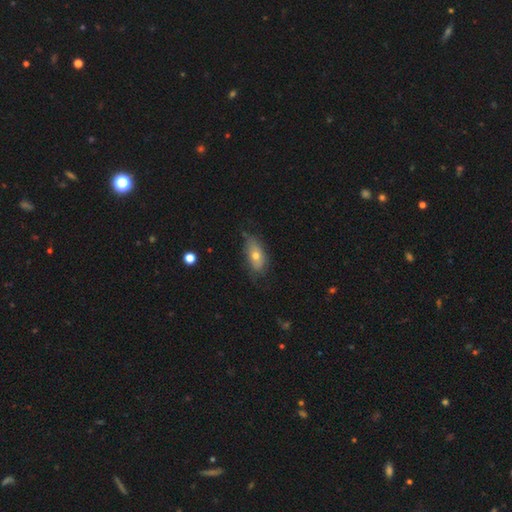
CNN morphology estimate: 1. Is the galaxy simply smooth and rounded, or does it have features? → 65% smooth, 28% featured or disk, 8% star or artifact.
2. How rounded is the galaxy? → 87% in between, 7% cigar-shaped, 6% round.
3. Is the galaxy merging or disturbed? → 59% none, 31% minor disturbance, 9% major disturbance, 2% merger.